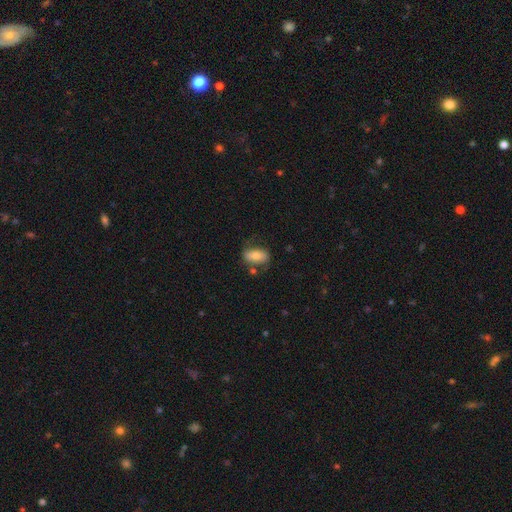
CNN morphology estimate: Q: Smooth or featured?
A: smooth (66%); runner-up: featured or disk (27%)
Q: How rounded?
A: in between (88%); runner-up: round (7%)
Q: Merging?
A: none (62%); runner-up: minor disturbance (22%)